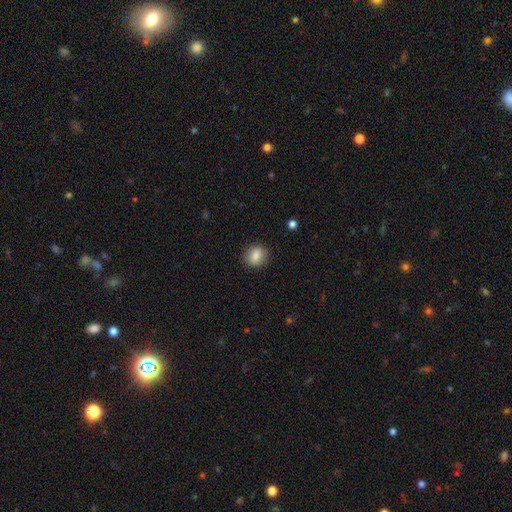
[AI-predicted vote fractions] Smooth or featured: smooth — 85% (star or artifact — 9%)
How rounded: round — 72% (in between — 27%)
Merging: none — 88% (minor disturbance — 9%)